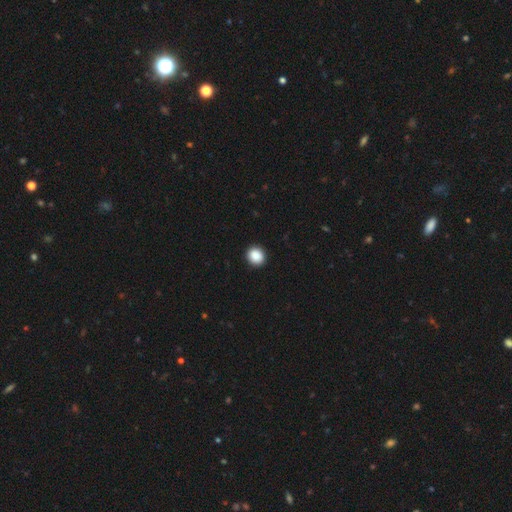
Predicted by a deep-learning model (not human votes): The model was most divided on "how rounded": round: 85%, in between: 14%, cigar-shaped: 1%. More confident: merging — none (92%); smooth or featured — smooth (89%).